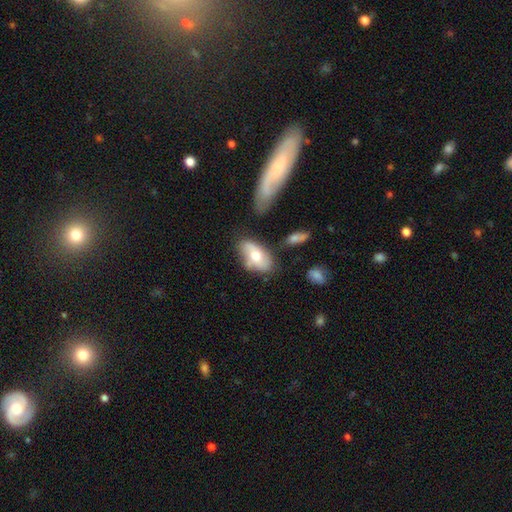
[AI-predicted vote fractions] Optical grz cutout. It shows a smooth galaxy with no disk features (59%) that is in between round and cigar-shaped (92%). Merging: none (59%).